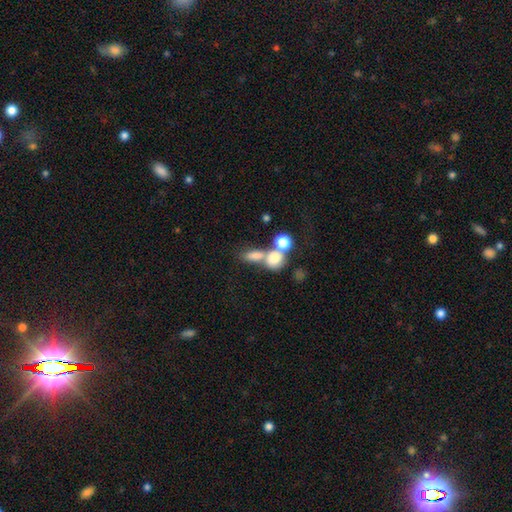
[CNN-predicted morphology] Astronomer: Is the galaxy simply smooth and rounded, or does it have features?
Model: smooth — 73%.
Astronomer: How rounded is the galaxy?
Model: in between — 55% (runner-up: round, 36%).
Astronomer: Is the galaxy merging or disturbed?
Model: merger — 53% (runner-up: none, 31%).